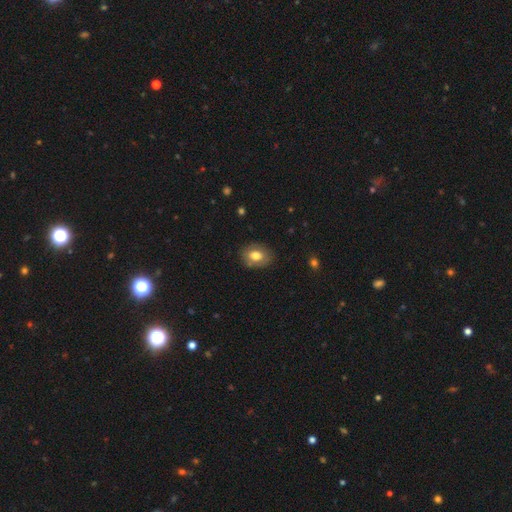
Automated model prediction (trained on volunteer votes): A smooth galaxy with no disk features (71%) that is in between round and cigar-shaped (64%). Merging: none (82%).